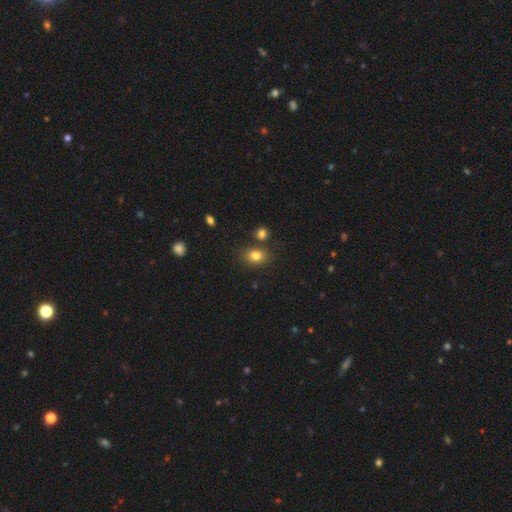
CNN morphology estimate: A smooth galaxy with no disk features (80%) that is in between round and cigar-shaped (59%).

Vote fractions:
- Smooth or featured? smooth: 80% / star or artifact: 12% / featured or disk: 8%
- How rounded? in between: 59% / round: 40% / cigar-shaped: 1%
- Merging? none: 76% / minor disturbance: 11% / merger: 10% / major disturbance: 3%